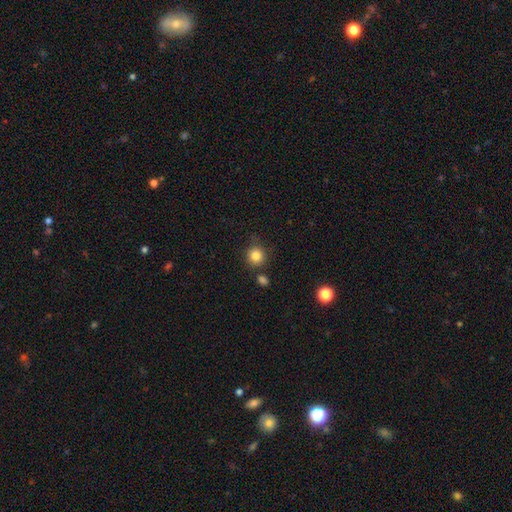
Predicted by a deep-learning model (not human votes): Q: Smooth or featured?
A: smooth (84%); runner-up: star or artifact (11%)
Q: How rounded?
A: round (92%); runner-up: in between (7%)
Q: Merging?
A: none (78%); runner-up: minor disturbance (11%)